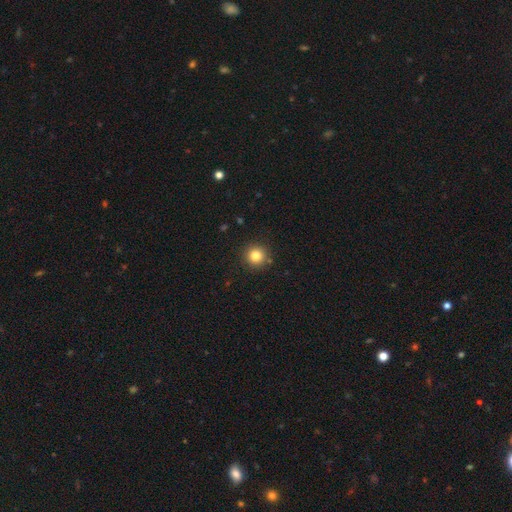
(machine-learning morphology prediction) Smooth or featured: smooth — 82% (star or artifact — 12%)
How rounded: round — 95% (in between — 4%)
Merging: none — 90% (minor disturbance — 6%)